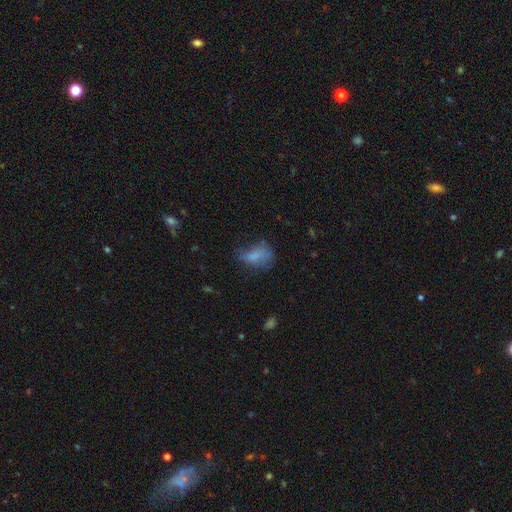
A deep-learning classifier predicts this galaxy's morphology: smooth-or-featured: smooth: 65% | featured or disk: 22% | star or artifact: 13%
  how-rounded: in between: 80% | round: 15% | cigar-shaped: 4%
  merging: none: 38% | minor disturbance: 30% | major disturbance: 28% | merger: 4%